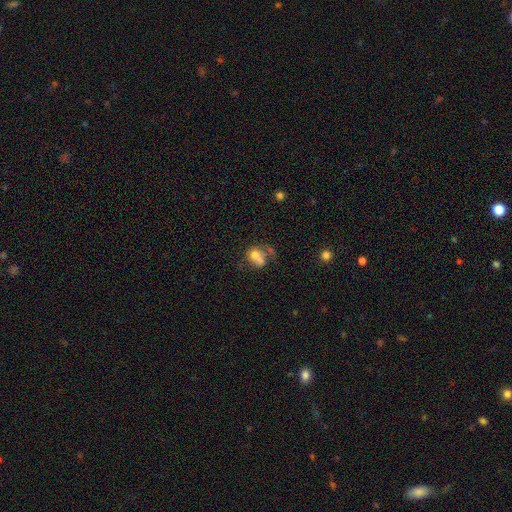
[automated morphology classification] A smooth galaxy with no disk features (56%) that is in between round and cigar-shaped (57%).

Vote fractions:
- Smooth or featured? smooth: 56% / featured or disk: 32% / star or artifact: 13%
- How rounded? in between: 57% / round: 41% / cigar-shaped: 2%
- Merging? merger: 34% / major disturbance: 28% / none: 23% / minor disturbance: 14%